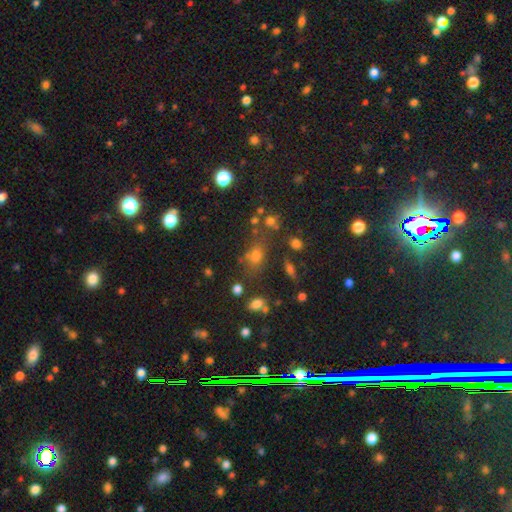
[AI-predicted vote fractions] Q: Smooth or featured?
A: smooth (62%); runner-up: star or artifact (27%)
Q: How rounded?
A: in between (50%); runner-up: round (46%)
Q: Merging?
A: none (64%); runner-up: minor disturbance (16%)